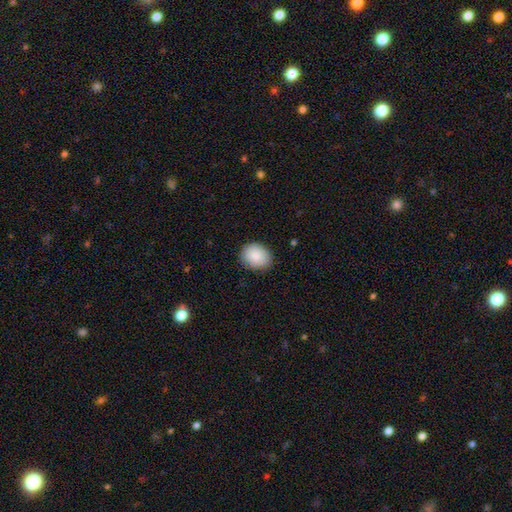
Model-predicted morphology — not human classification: This appears to be a smooth galaxy with no disk features (88%) that is round (52%). Merging: none (85%).